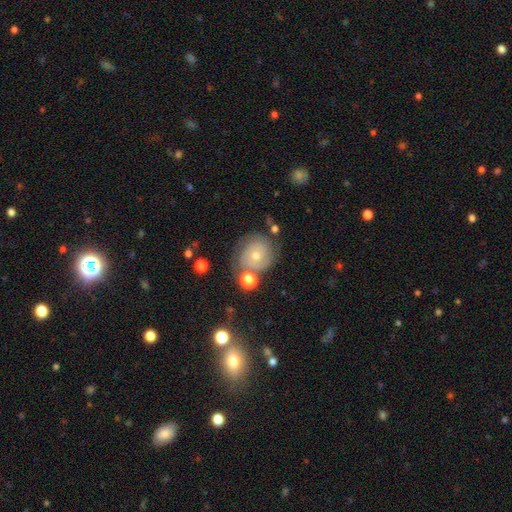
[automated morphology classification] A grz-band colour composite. It shows a featured or disk galaxy (67%) with no bar (80%), 2 (50%) tight (69%) spiral arms (88%) and a small central bulge (48%). Merging: none (65%).